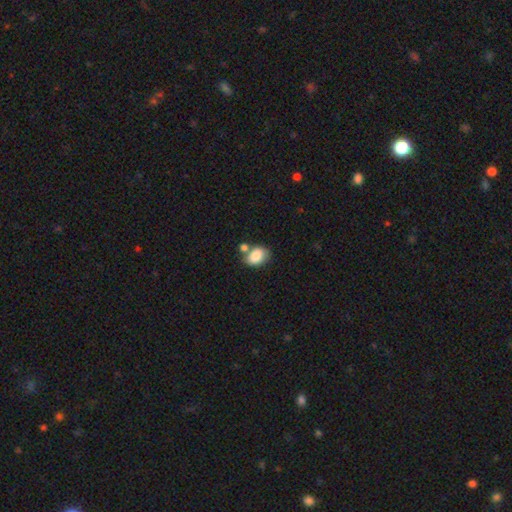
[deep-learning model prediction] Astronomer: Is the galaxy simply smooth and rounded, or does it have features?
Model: smooth — 85%.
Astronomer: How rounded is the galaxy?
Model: in between — 79%.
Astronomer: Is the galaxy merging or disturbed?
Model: none — 51% (runner-up: merger, 28%).